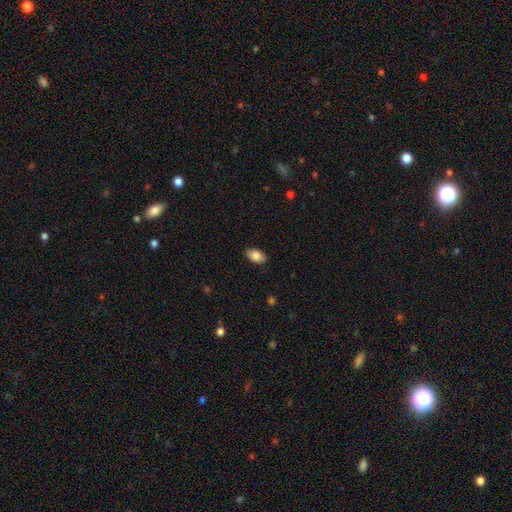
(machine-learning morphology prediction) Smooth or featured?
  - smooth: 83% *
  - featured or disk: 10%
  - star or artifact: 7%
How rounded?
  - in between: 93% *
  - round: 5%
  - cigar-shaped: 2%
Merging?
  - none: 87% *
  - minor disturbance: 10%
  - major disturbance: 2%
  - merger: 1%